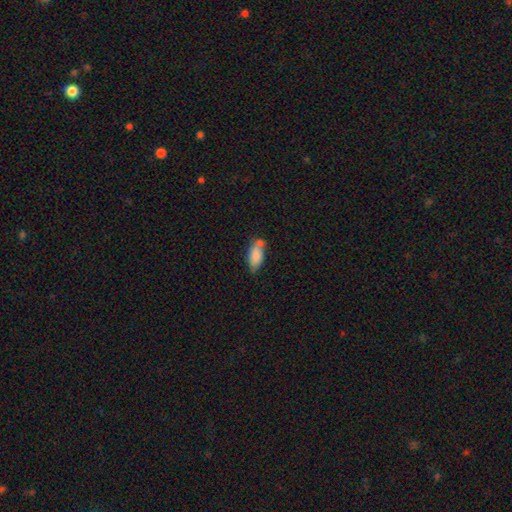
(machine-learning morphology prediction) smooth 80%, featured or disk 12%, star or artifact 8%. Down the decision tree: how rounded — in between (86%); merging — none (47%).